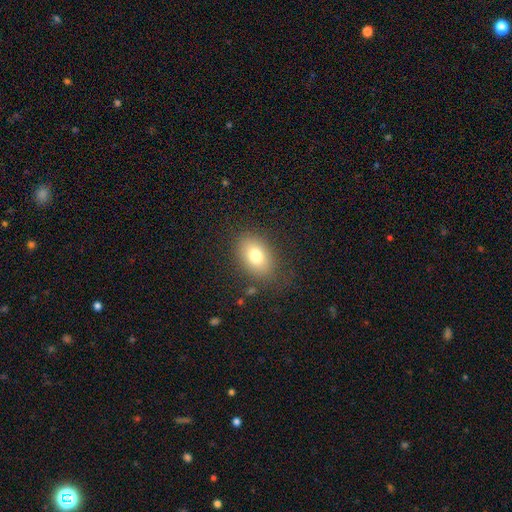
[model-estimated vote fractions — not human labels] Smooth or featured? Predicted: smooth (p=0.76). How rounded? Predicted: in between (p=0.79). Merging? Predicted: none (p=0.81).